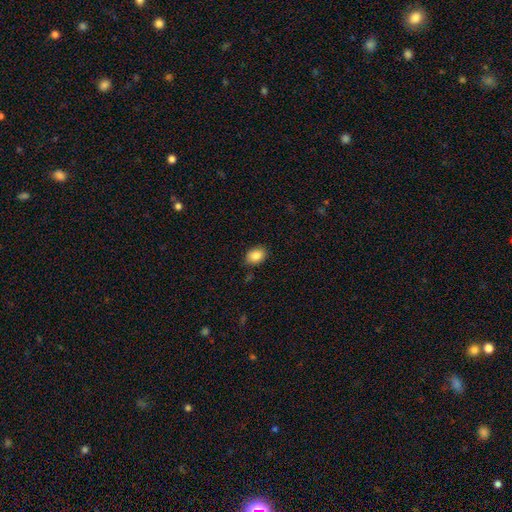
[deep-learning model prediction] Smooth or featured: smooth — 87% (star or artifact — 8%)
How rounded: in between — 75% (round — 24%)
Merging: none — 85% (minor disturbance — 11%)